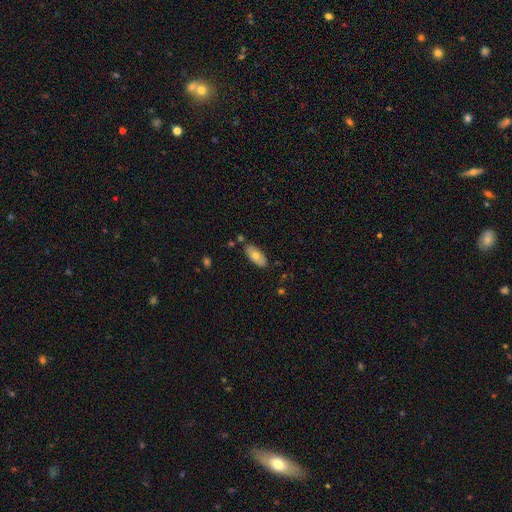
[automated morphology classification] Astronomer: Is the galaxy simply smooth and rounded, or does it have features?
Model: smooth — 66%.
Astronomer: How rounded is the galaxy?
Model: in between — 88%.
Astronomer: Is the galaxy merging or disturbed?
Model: none — 79%.